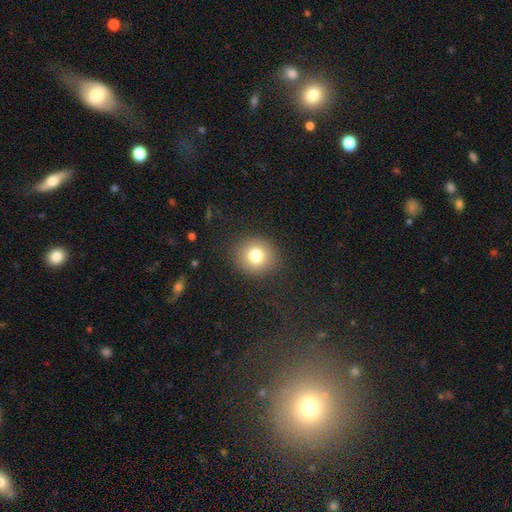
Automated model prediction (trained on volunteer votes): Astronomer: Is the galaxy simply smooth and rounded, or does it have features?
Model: smooth — 78%.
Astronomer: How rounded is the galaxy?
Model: round — 89%.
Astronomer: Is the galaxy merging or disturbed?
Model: none — 89%.